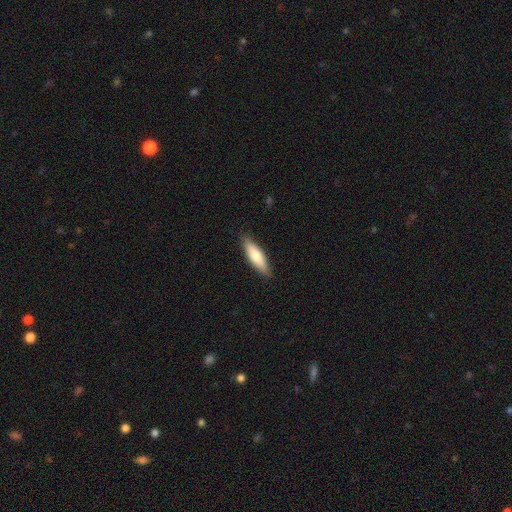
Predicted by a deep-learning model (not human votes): Smooth or featured?
  - smooth: 71% *
  - featured or disk: 23%
  - star or artifact: 5%
How rounded?
  - cigar-shaped: 55% *
  - in between: 44%
  - round: 2%
Merging?
  - none: 88% *
  - minor disturbance: 9%
  - major disturbance: 2%
  - merger: 1%